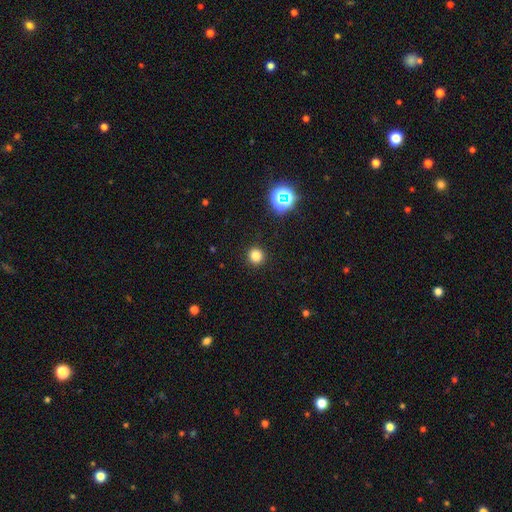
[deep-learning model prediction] Smooth or featured?
  - smooth: 79% *
  - star or artifact: 17%
  - featured or disk: 5%
How rounded?
  - round: 92% *
  - in between: 7%
  - cigar-shaped: 1%
Merging?
  - none: 92% *
  - minor disturbance: 5%
  - major disturbance: 2%
  - merger: 1%